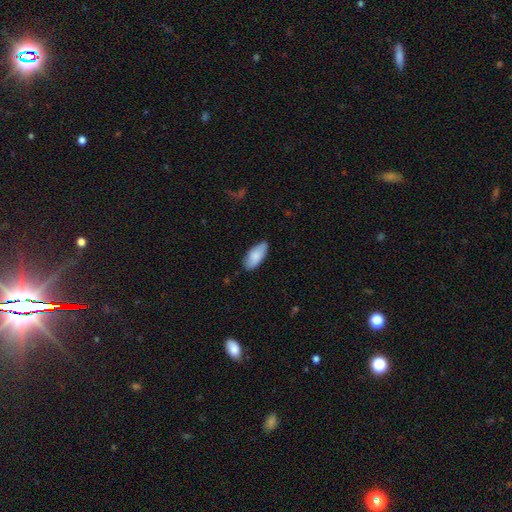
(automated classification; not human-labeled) A smooth galaxy with no disk features (85%) that is in between round and cigar-shaped (89%). Merging: none (80%).